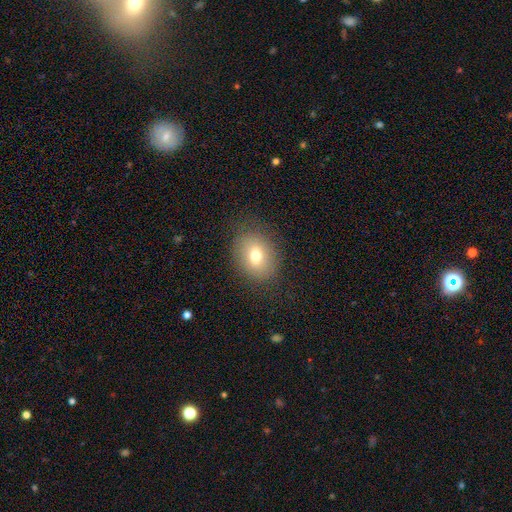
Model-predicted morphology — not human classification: This appears to be a smooth galaxy with no disk features (71%) that is in between round and cigar-shaped (52%). Merging: none (82%).